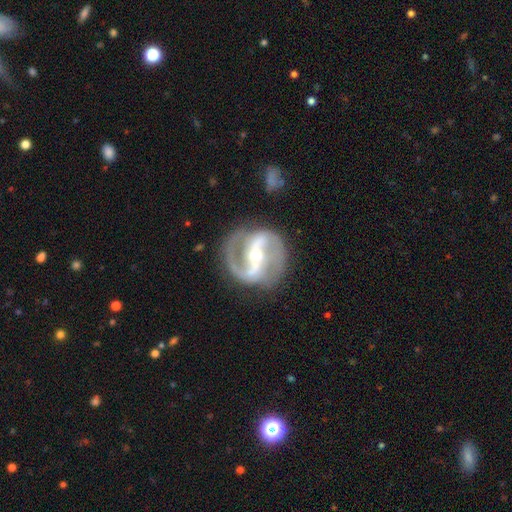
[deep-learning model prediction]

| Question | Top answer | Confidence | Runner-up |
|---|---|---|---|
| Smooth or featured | featured or disk | 90% | star or artifact (5%) |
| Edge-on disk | no | 97% | yes (3%) |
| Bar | strong | 67% | weak (22%) |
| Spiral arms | yes | 96% | no (4%) |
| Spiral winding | medium | 54% | tight (26%) |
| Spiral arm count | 2 | 92% | can't tell (2%) |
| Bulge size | moderate | 54% | small (42%) |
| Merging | none | 81% | minor disturbance (12%) |